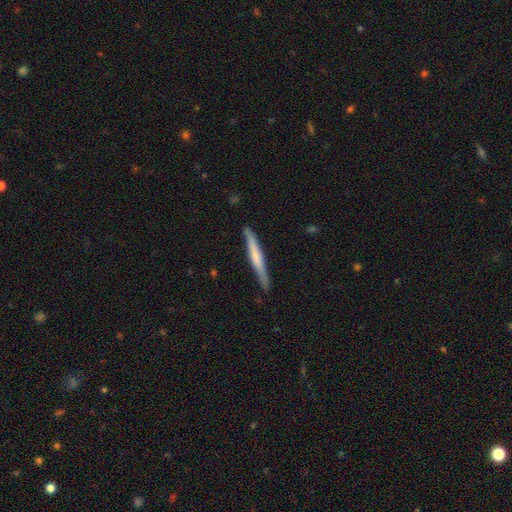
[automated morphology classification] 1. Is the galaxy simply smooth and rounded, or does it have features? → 51% smooth, 44% featured or disk, 5% star or artifact.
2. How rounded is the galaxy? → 96% cigar-shaped, 3% in between, 1% round.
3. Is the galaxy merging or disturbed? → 86% none, 11% minor disturbance, 2% major disturbance, 1% merger.